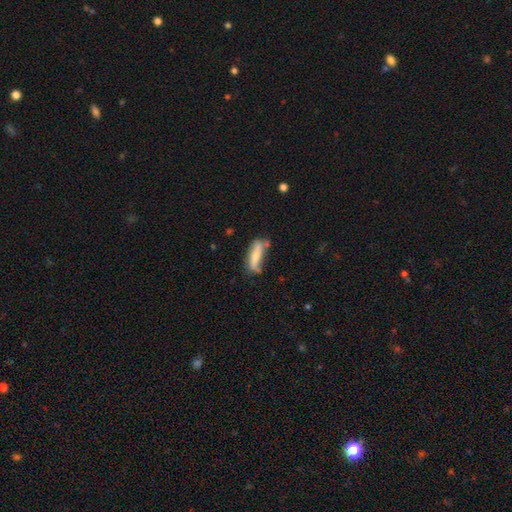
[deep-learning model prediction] This is possibly a smooth galaxy (59%). How rounded: possibly cigar-shaped (56%). Merging: possibly none (48%).